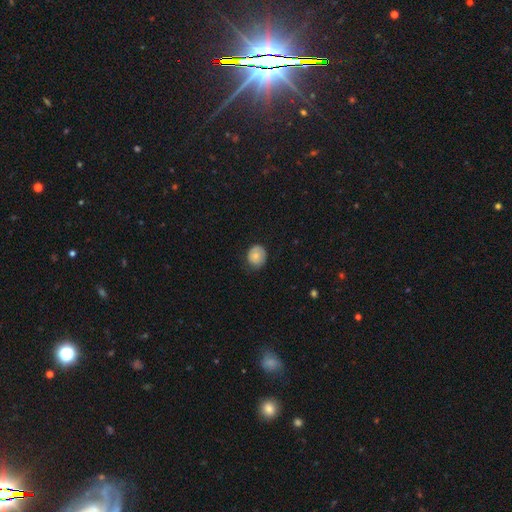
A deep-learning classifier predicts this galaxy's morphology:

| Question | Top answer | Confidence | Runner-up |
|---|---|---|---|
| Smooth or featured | smooth | 67% | featured or disk (26%) |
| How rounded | round | 75% | in between (24%) |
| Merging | none | 67% | minor disturbance (26%) |